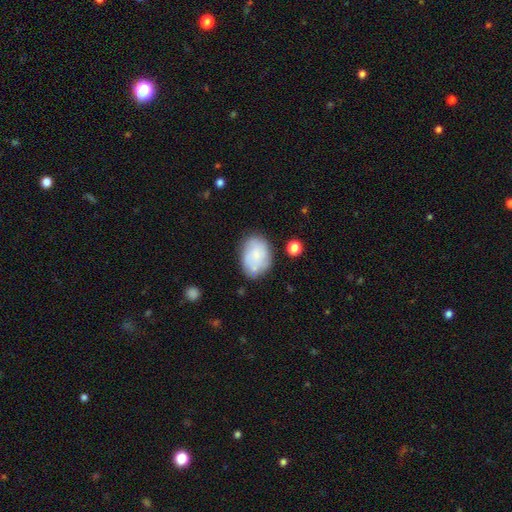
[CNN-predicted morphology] Smooth or featured: smooth — 70% (featured or disk — 22%)
How rounded: in between — 71% (round — 28%)
Merging: none — 62% (minor disturbance — 24%)